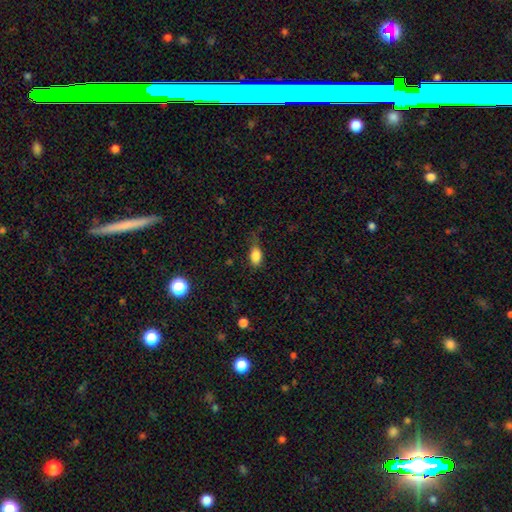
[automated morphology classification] The model was most divided on "merging": none: 55%, minor disturbance: 31%, major disturbance: 12%, merger: 2%. More confident: how rounded — in between (84%); smooth or featured — smooth (84%).